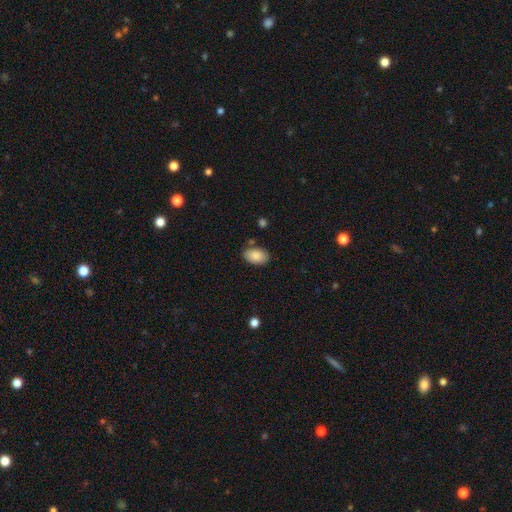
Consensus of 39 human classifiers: Smooth or featured? smooth (92%)
How rounded? in between (100%)
Merging? none (76%)